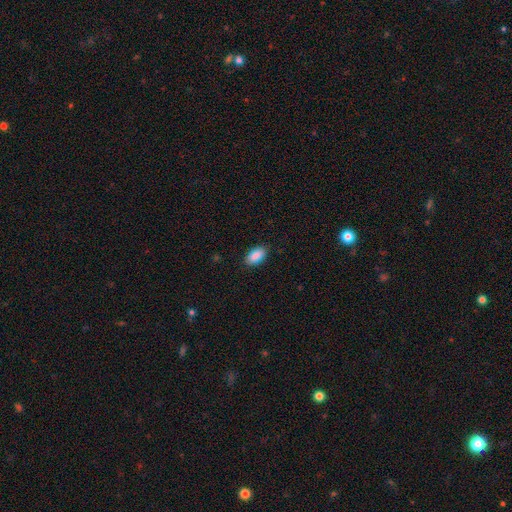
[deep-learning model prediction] Smooth or featured: smooth — 90% (star or artifact — 6%)
How rounded: in between — 94% (round — 3%)
Merging: none — 88% (minor disturbance — 9%)